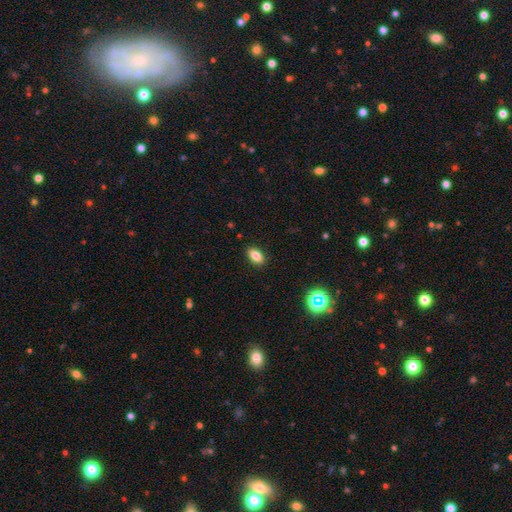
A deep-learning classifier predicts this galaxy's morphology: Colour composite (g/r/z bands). It shows a smooth galaxy with no disk features (82%) that is in between round and cigar-shaped (88%). Merging: none (88%).